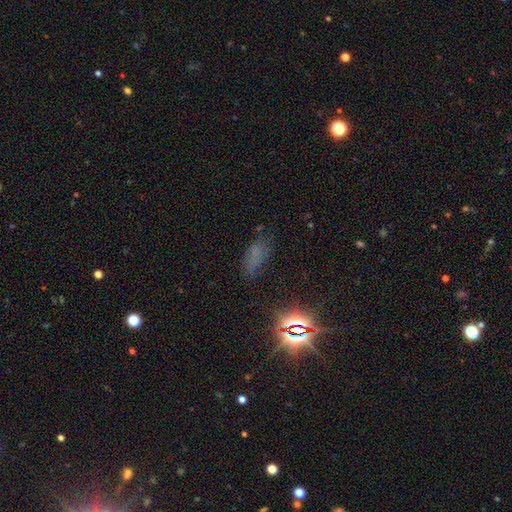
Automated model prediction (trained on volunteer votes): The model was most divided on "smooth or featured": smooth: 48%, star or artifact: 38%, featured or disk: 14%. More confident: merging — none (64%).